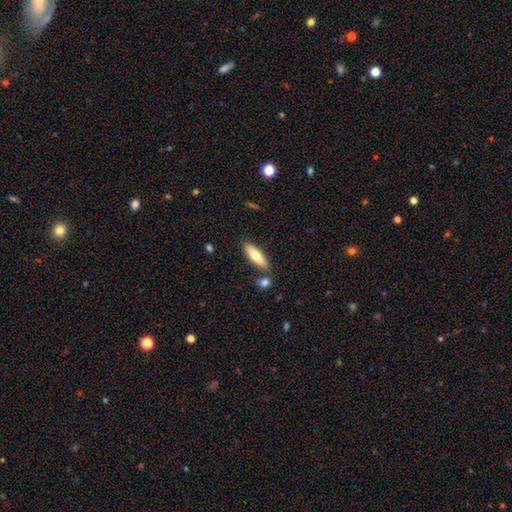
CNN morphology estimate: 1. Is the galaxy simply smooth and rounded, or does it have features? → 73% smooth, 22% featured or disk, 6% star or artifact.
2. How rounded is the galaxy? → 51% cigar-shaped, 47% in between, 2% round.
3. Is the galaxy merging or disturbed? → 77% none, 11% minor disturbance, 9% merger, 2% major disturbance.